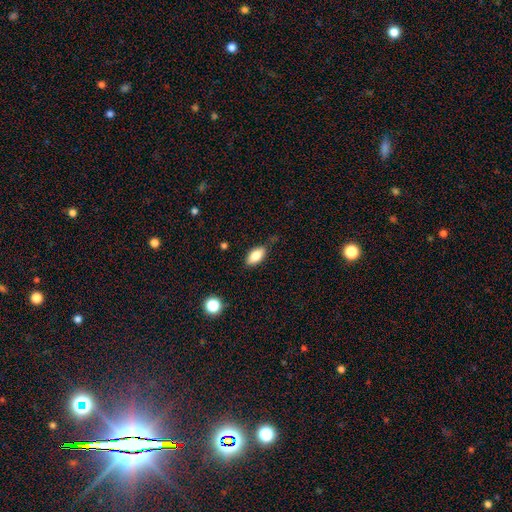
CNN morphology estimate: Q: Smooth or featured?
A: smooth (80%); runner-up: featured or disk (12%)
Q: How rounded?
A: in between (88%); runner-up: cigar-shaped (8%)
Q: Merging?
A: none (78%); runner-up: minor disturbance (16%)